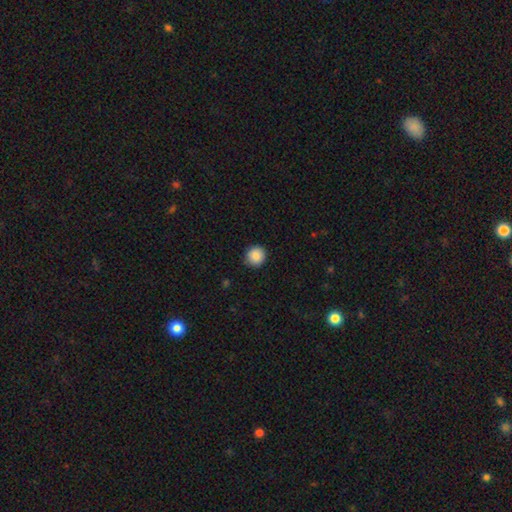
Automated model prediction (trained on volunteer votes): Smooth or featured?
  - smooth: 88% *
  - star or artifact: 8%
  - featured or disk: 3%
How rounded?
  - round: 93% *
  - in between: 6%
  - cigar-shaped: 1%
Merging?
  - none: 89% *
  - minor disturbance: 9%
  - major disturbance: 2%
  - merger: 1%